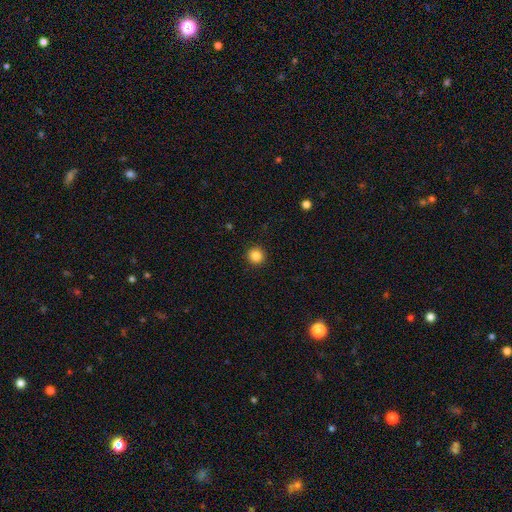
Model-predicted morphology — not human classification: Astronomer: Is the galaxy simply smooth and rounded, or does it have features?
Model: smooth — 85%.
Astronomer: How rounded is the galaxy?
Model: round — 95%.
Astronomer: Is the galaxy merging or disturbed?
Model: none — 93%.